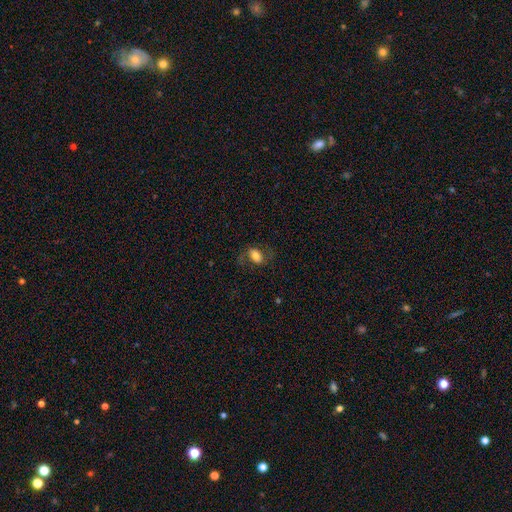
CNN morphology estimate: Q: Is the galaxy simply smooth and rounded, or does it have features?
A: smooth — 66%.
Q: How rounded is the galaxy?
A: in between — 84%.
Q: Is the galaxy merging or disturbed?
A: none — 67%.